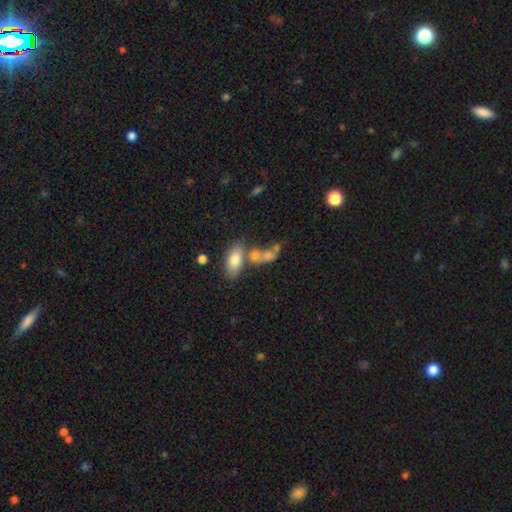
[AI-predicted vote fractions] This is likely a smooth galaxy (72%). How rounded: likely in between (80%). Merging: possibly merger (49%).